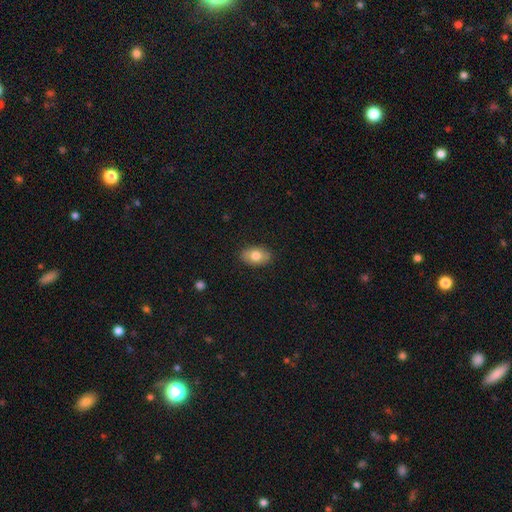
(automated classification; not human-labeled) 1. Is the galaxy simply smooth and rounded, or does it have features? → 78% smooth, 15% featured or disk, 7% star or artifact.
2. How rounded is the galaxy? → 87% in between, 11% round, 2% cigar-shaped.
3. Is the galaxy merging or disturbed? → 86% none, 10% minor disturbance, 2% major disturbance, 1% merger.